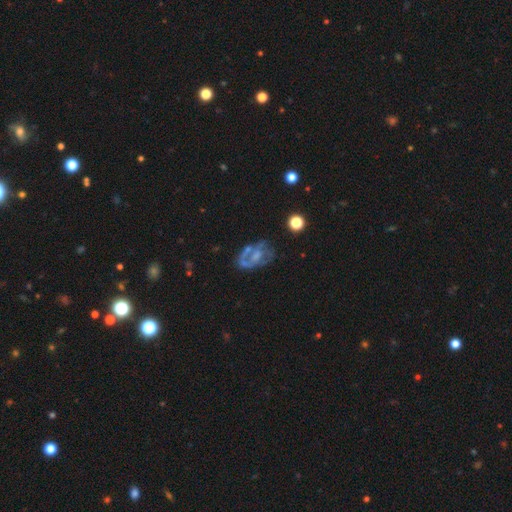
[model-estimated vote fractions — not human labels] smooth-or-featured: featured or disk: 65% | smooth: 23% | star or artifact: 12%
  disk-edge-on: no: 96% | yes: 4%
    bar: no: 65% | weak: 27% | strong: 9%
    has-spiral-arms: no: 54% | yes: 46%
    bulge-size: none: 44% | moderate: 26% | small: 23% | large: 6% | dominant: 1%
  merging: none: 43% | major disturbance: 26% | minor disturbance: 22% | merger: 9%